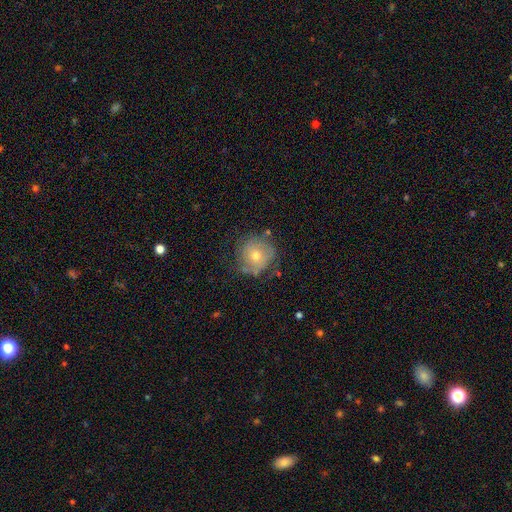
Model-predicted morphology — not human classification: A smooth galaxy with no disk features (50%). Merging: none (64%).